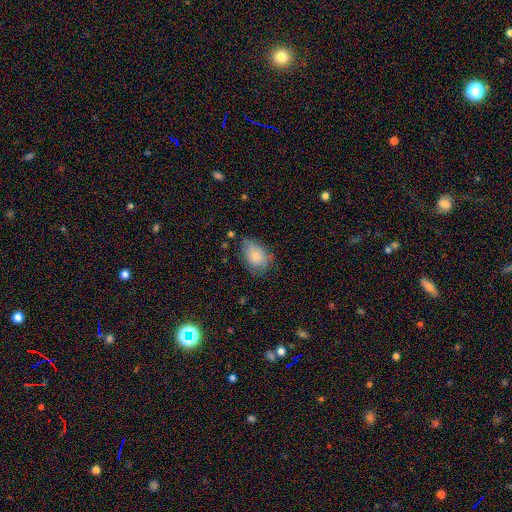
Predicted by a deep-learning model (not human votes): The model was most divided on "merging": none: 63%, minor disturbance: 27%, major disturbance: 7%, merger: 2%. More confident: how rounded — in between (82%); smooth or featured — smooth (79%).